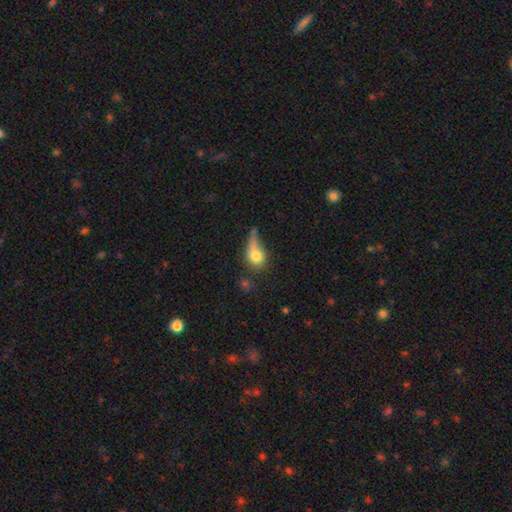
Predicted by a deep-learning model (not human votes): The model was most divided on "how rounded": in between: 50%, round: 42%, cigar-shaped: 8%. Remaining: smooth or featured — smooth (71%); merging — major disturbance (36%).